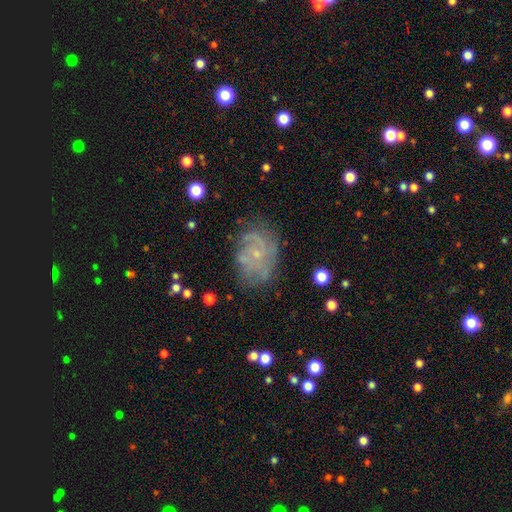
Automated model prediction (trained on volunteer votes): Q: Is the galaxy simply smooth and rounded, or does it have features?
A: featured or disk — 70%.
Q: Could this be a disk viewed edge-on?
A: no — 97%.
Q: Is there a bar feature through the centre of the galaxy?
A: no — 78%.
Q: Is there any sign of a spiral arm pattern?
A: yes — 82%.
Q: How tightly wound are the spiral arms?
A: tight — 50%.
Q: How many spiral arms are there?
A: can't tell — 46%.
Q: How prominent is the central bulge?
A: small — 80%.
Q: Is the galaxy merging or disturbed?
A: none — 65%.